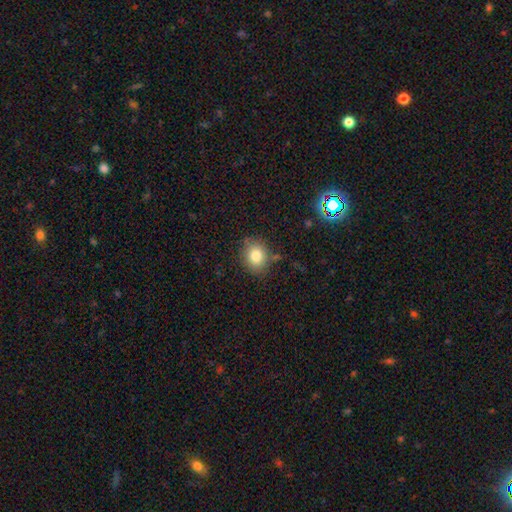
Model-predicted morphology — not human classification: smooth-or-featured: smooth: 82% | star or artifact: 10% | featured or disk: 8%
  how-rounded: round: 59% | in between: 40% | cigar-shaped: 1%
  merging: none: 79% | minor disturbance: 14% | major disturbance: 4% | merger: 3%